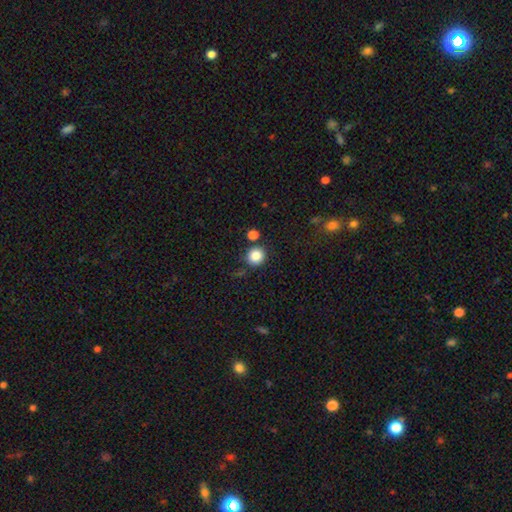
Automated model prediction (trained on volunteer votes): smooth-or-featured: smooth: 86% | star or artifact: 10% | featured or disk: 4%
  how-rounded: round: 92% | in between: 7% | cigar-shaped: 1%
  merging: none: 82% | minor disturbance: 8% | merger: 7% | major disturbance: 3%